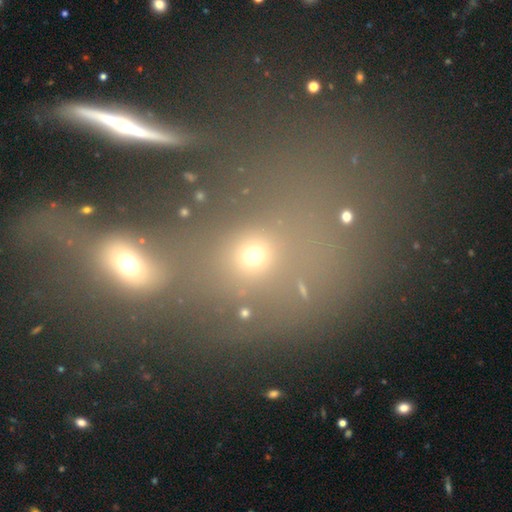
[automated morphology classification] Overall: smooth (64%; star or artifact 26%). How rounded: round (72%). Merging: none (66%).